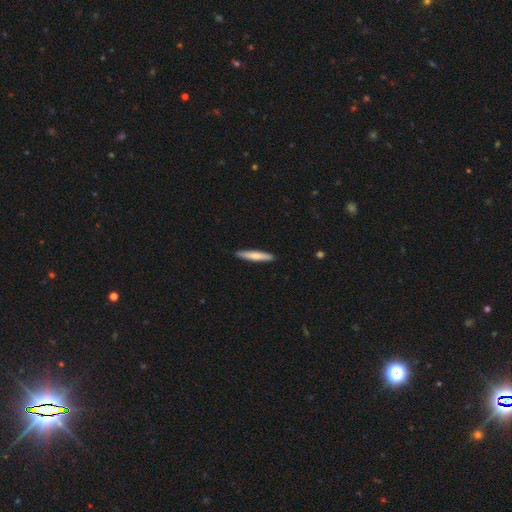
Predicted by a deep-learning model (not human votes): Smooth or featured? smooth (74%)
How rounded? cigar-shaped (93%)
Merging? none (91%)